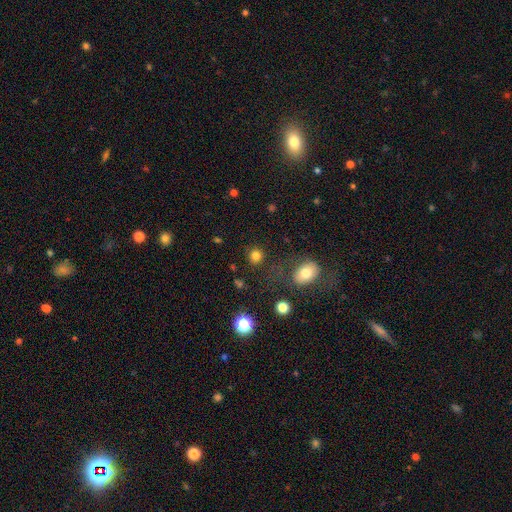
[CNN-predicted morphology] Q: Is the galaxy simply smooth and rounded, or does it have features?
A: smooth — 80%.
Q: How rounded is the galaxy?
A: round — 85%.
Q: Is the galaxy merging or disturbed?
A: none — 84%.